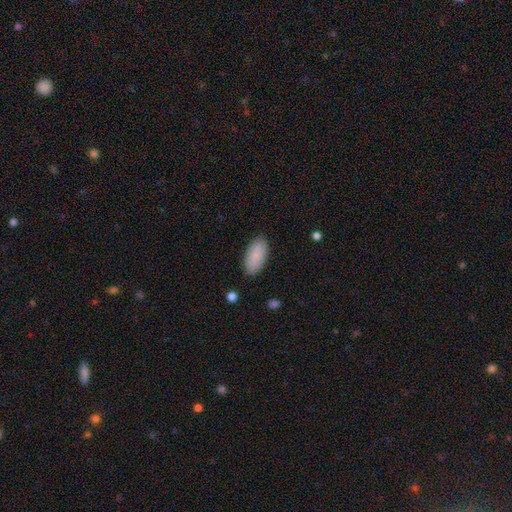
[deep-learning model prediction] A smooth galaxy with no disk features (89%) that is in between round and cigar-shaped (92%). Merging: none (88%).